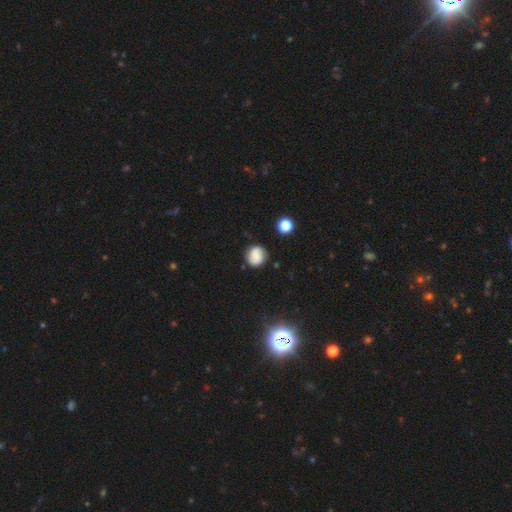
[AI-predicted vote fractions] Smooth or featured?
  - smooth: 71% *
  - featured or disk: 18%
  - star or artifact: 11%
How rounded?
  - round: 85% *
  - in between: 14%
  - cigar-shaped: 1%
Merging?
  - none: 78% *
  - minor disturbance: 15%
  - major disturbance: 4%
  - merger: 3%